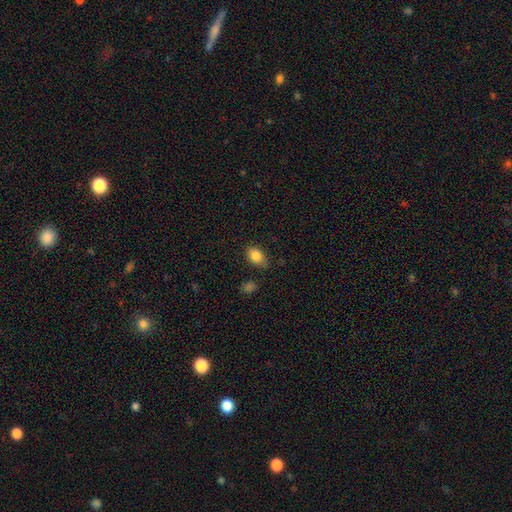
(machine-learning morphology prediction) A smooth galaxy with no disk features (85%) that is in between round and cigar-shaped (78%). Merging: none (69%).